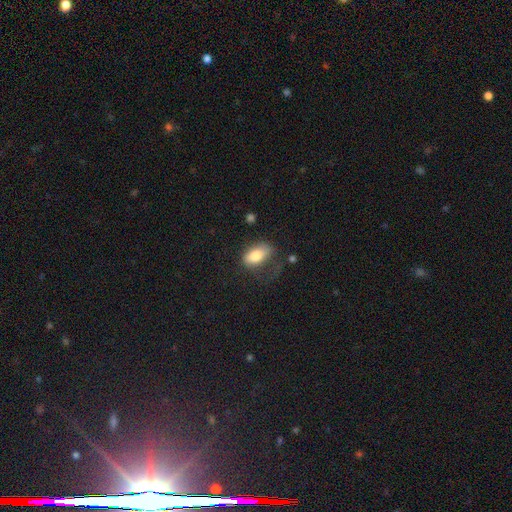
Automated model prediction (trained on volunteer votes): A smooth galaxy with no disk features (78%) that is in between round and cigar-shaped (90%).

Vote fractions:
- Smooth or featured? smooth: 78% / featured or disk: 15% / star or artifact: 7%
- How rounded? in between: 90% / round: 5% / cigar-shaped: 4%
- Merging? none: 39% / major disturbance: 30% / minor disturbance: 28% / merger: 3%